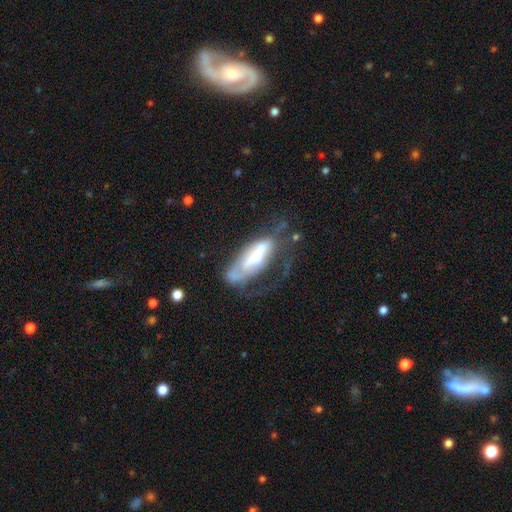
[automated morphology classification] smooth-or-featured: featured or disk: 54% | smooth: 38% | star or artifact: 8%
  disk-edge-on: no: 78% | yes: 22%
  merging: major disturbance: 45% | none: 26% | minor disturbance: 22% | merger: 7%